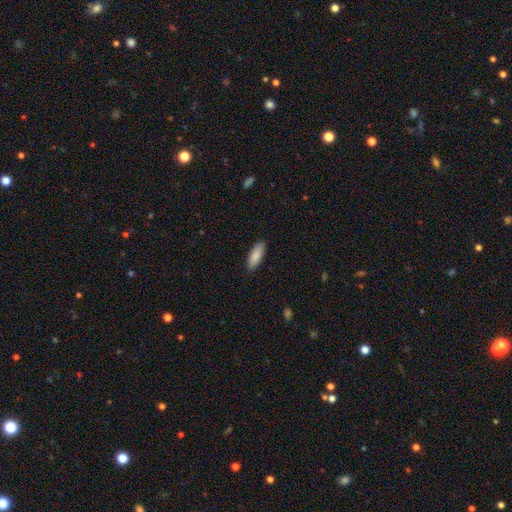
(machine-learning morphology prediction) This is clearly a smooth galaxy (87%). How rounded: likely in between (64%). Merging: clearly none (89%).